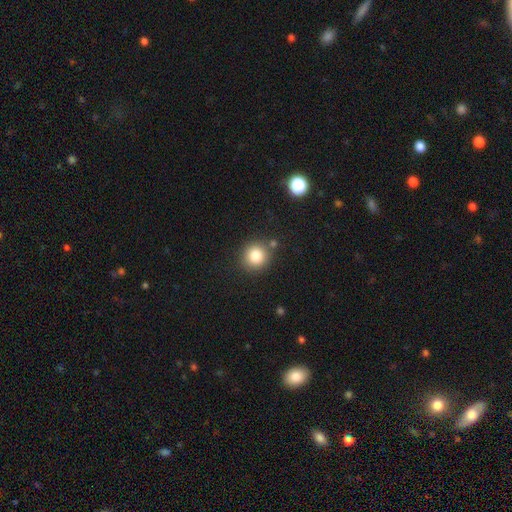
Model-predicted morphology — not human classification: smooth-or-featured: smooth: 83% | star or artifact: 11% | featured or disk: 6%
  how-rounded: round: 91% | in between: 8% | cigar-shaped: 1%
  merging: none: 81% | minor disturbance: 9% | merger: 7% | major disturbance: 3%